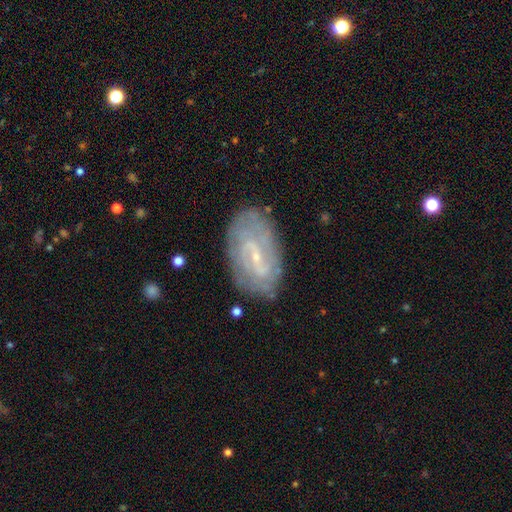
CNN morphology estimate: Smooth or featured?
  - featured or disk: 75% *
  - smooth: 18%
  - star or artifact: 7%
Edge-on disk?
  - no: 95% *
  - yes: 5%
Bar?
  - weak: 53% *
  - strong: 25%
  - no: 22%
Spiral arms?
  - yes: 82% *
  - no: 18%
Spiral winding?
  - tight: 55% *
  - medium: 33%
  - loose: 13%
Spiral arm count?
  - can't tell: 43% *
  - 2: 38%
  - 3: 8%
  - 4: 5%
  - 1: 4%
  - more than 4: 3%
Bulge size?
  - small: 78% *
  - moderate: 16%
  - none: 5%
  - large: 1%
  - dominant: 1%
Merging?
  - none: 76% *
  - minor disturbance: 17%
  - major disturbance: 5%
  - merger: 2%